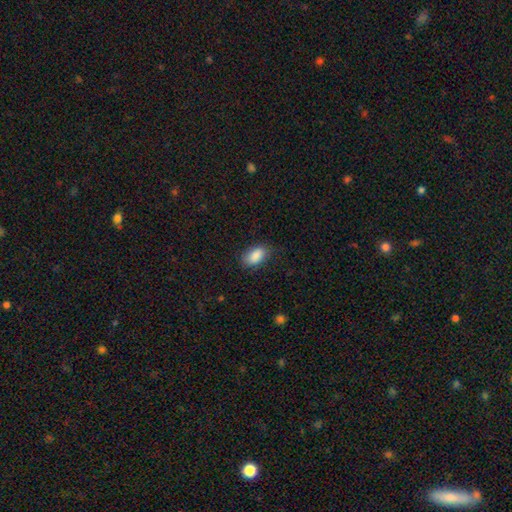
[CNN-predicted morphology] This appears to be a smooth galaxy with no disk features (89%) that is in between round and cigar-shaped (92%). Merging: none (81%).